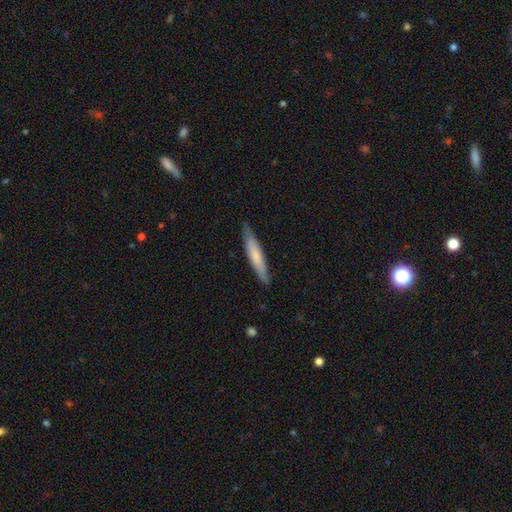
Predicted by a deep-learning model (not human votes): Smooth or featured? smooth (63%)
How rounded? cigar-shaped (90%)
Merging? none (84%)